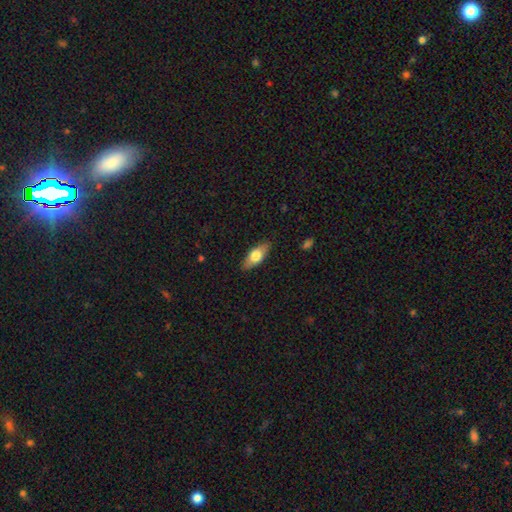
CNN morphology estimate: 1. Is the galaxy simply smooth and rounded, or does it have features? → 65% smooth, 29% featured or disk, 6% star or artifact.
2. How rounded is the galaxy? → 78% in between, 18% cigar-shaped, 3% round.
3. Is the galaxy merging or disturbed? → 87% none, 10% minor disturbance, 2% major disturbance, 1% merger.